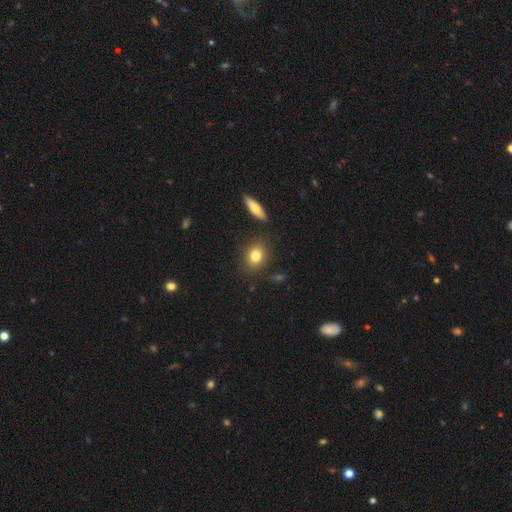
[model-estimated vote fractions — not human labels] A smooth galaxy with no disk features (81%) that is round (56%). Merging: none (84%).